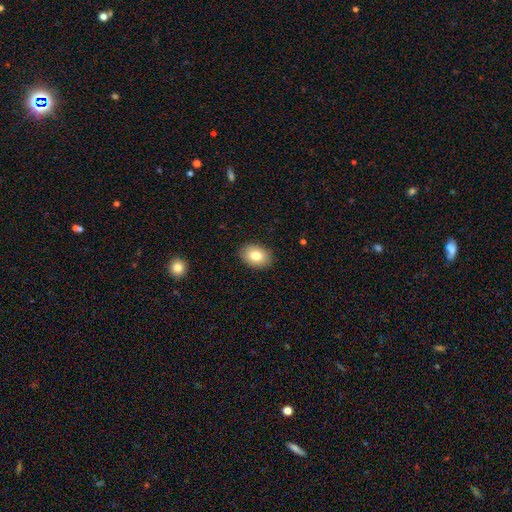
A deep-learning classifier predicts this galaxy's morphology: Q: Smooth or featured?
A: smooth (81%); runner-up: featured or disk (11%)
Q: How rounded?
A: in between (83%); runner-up: round (16%)
Q: Merging?
A: none (89%); runner-up: minor disturbance (8%)